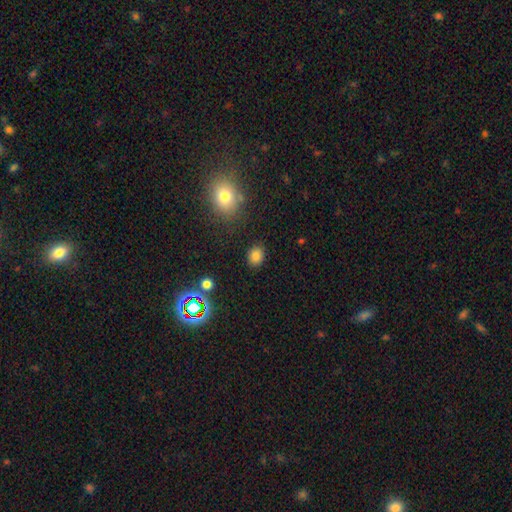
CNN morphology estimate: smooth_or_featured: smooth (p=0.81) [alt: star or artifact p=0.13]
how_rounded: round (p=0.56) [alt: in between p=0.43]
merging: none (p=0.86) [alt: minor disturbance p=0.09]